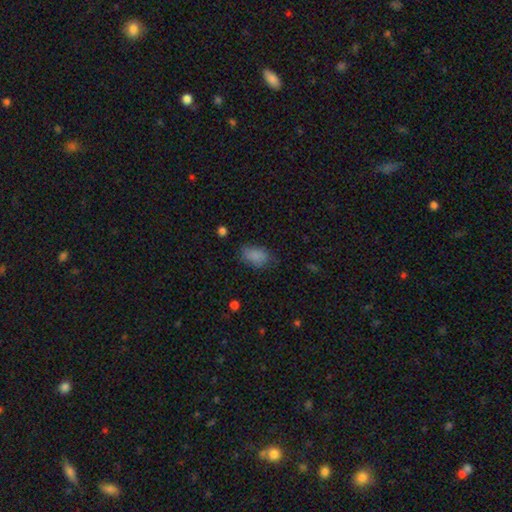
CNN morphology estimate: Smooth or featured? Predicted: smooth (p=0.84). How rounded? Predicted: in between (p=0.87). Merging? Predicted: none (p=0.68).